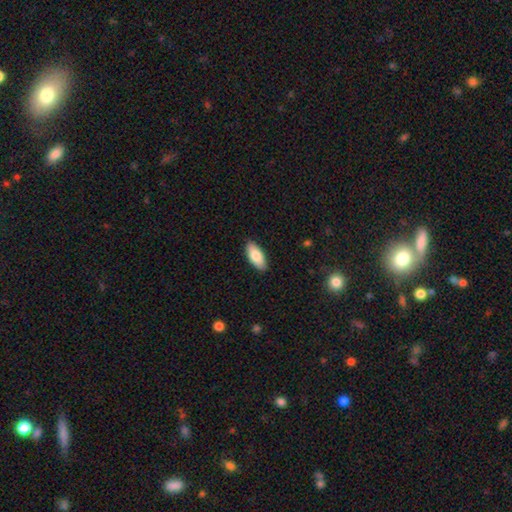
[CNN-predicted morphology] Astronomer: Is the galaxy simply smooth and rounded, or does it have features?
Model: smooth — 82%.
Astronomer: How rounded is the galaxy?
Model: in between — 86%.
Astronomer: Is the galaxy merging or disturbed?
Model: none — 89%.